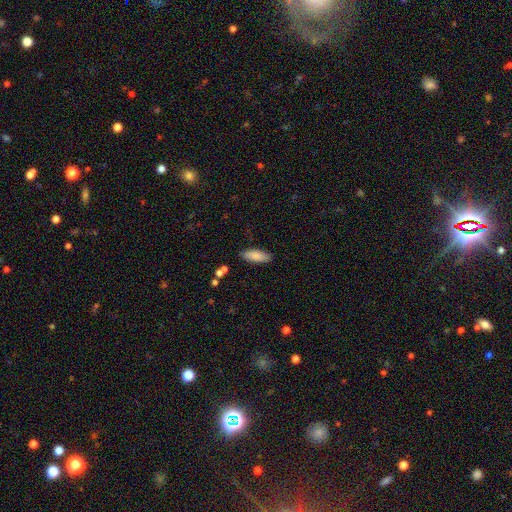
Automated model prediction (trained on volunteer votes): This is clearly a smooth galaxy (85%). How rounded: likely in between (65%). Merging: clearly none (86%).